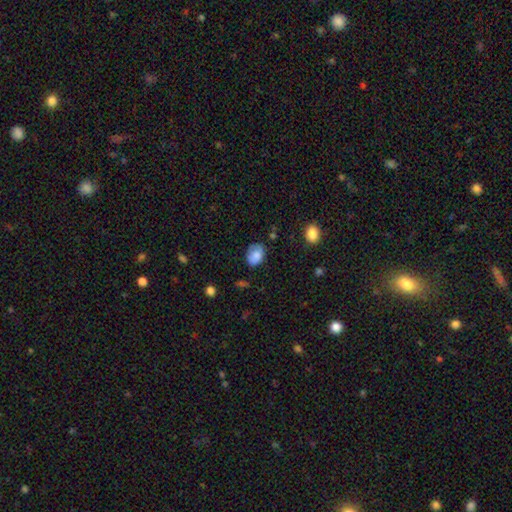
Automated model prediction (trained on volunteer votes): Smooth or featured? smooth (76%)
How rounded? in between (71%)
Merging? none (67%)